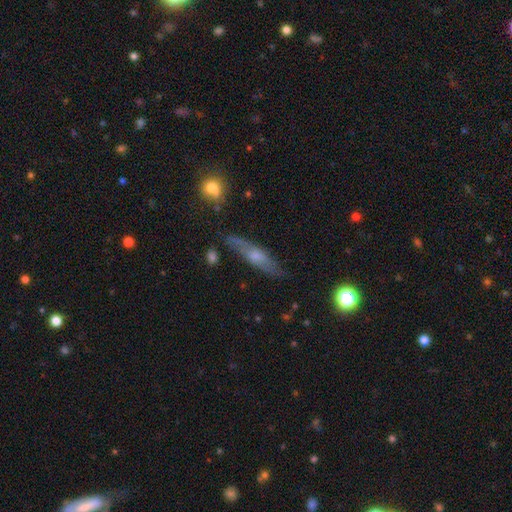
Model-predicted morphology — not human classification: Q: Smooth or featured?
A: featured or disk (54%); runner-up: smooth (37%)
Q: Edge-on disk?
A: yes (66%); runner-up: no (34%)
Q: Merging?
A: none (73%); runner-up: minor disturbance (19%)